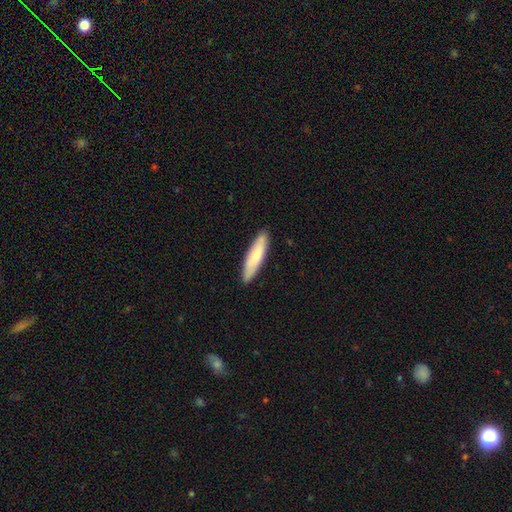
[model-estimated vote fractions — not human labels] smooth 75%, featured or disk 20%, star or artifact 5%. Down the decision tree: how rounded — cigar-shaped (78%); merging — none (89%).